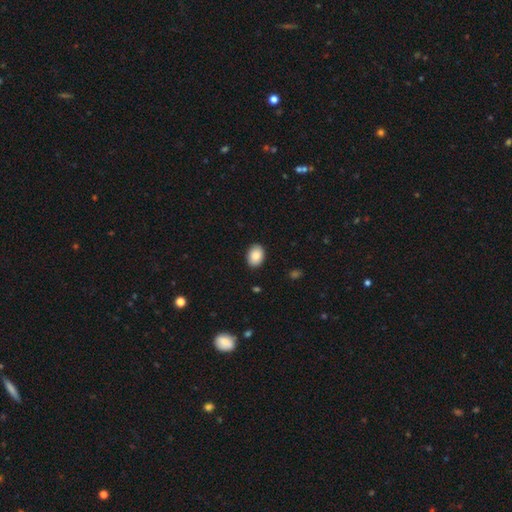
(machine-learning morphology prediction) type=smooth (88%); roundness=in between (79%); merging=none (89%).